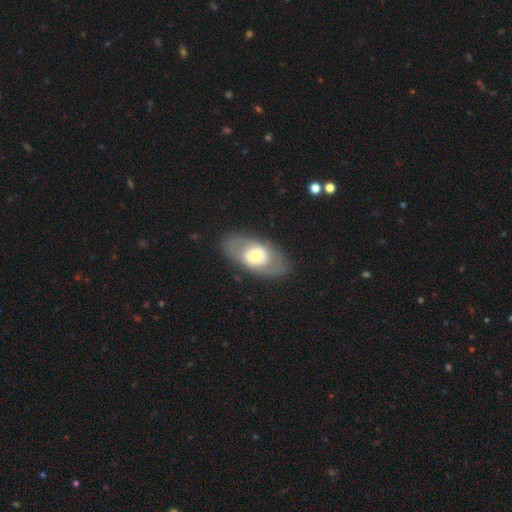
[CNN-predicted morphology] Smooth or featured? featured or disk (50%)
Edge-on disk? no (88%)
Merging? none (83%)